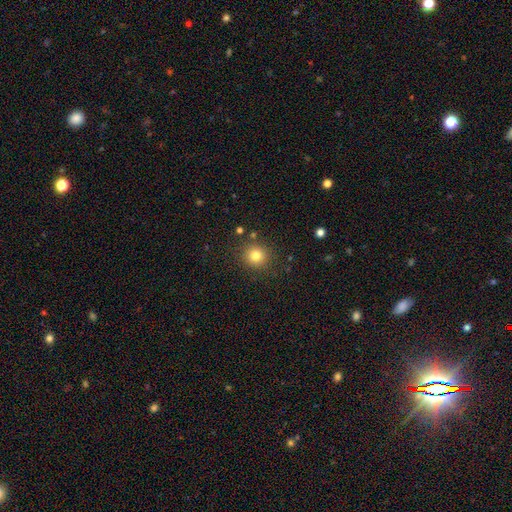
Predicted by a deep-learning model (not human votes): Morphology: type=smooth (80%); roundness=round (92%); merging=none (87%).